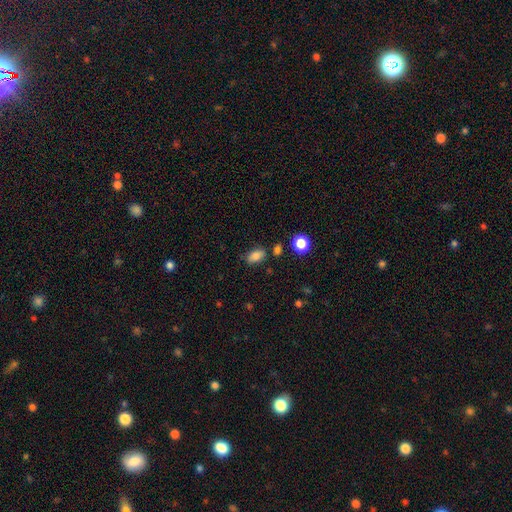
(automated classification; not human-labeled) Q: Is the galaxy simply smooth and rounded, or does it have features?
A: smooth — 82%.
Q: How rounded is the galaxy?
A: in between — 86%.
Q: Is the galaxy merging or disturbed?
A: none — 74%.